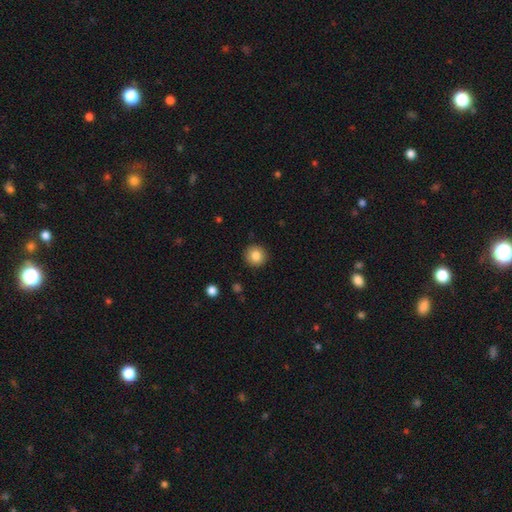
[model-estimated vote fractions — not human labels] A smooth galaxy with no disk features (84%) that is round (94%).

Vote fractions:
- Smooth or featured? smooth: 84% / star or artifact: 9% / featured or disk: 7%
- How rounded? round: 94% / in between: 5% / cigar-shaped: 1%
- Merging? none: 91% / minor disturbance: 6% / major disturbance: 2% / merger: 1%